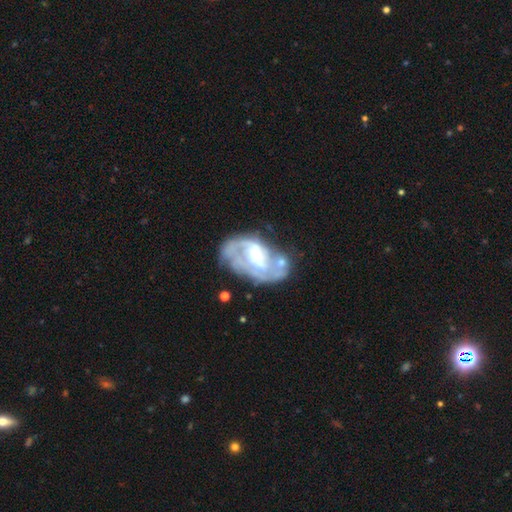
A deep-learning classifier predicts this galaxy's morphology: Smooth or featured: featured or disk — 81% (smooth — 13%)
Edge-on disk: no — 97% (yes — 3%)
Bar: no — 59% (weak — 33%)
Spiral arms: yes — 82% (no — 18%)
Spiral winding: tight — 43% (medium — 40%)
Spiral arm count: 2 — 45% (can't tell — 30%)
Bulge size: small — 54% (moderate — 33%)
Merging: none — 44% (minor disturbance — 22%)